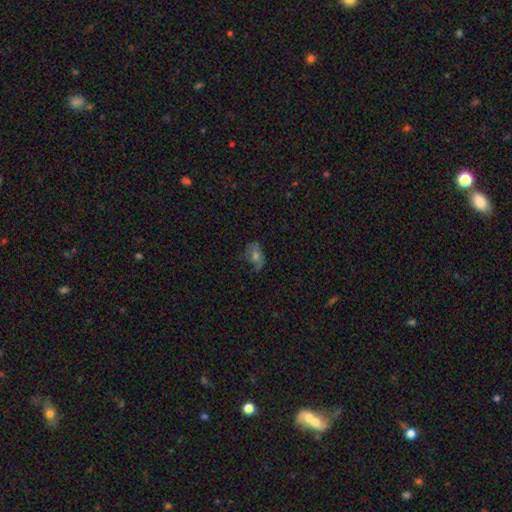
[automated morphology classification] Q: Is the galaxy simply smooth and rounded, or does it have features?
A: featured or disk — 45%.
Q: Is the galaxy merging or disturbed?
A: none — 60%.